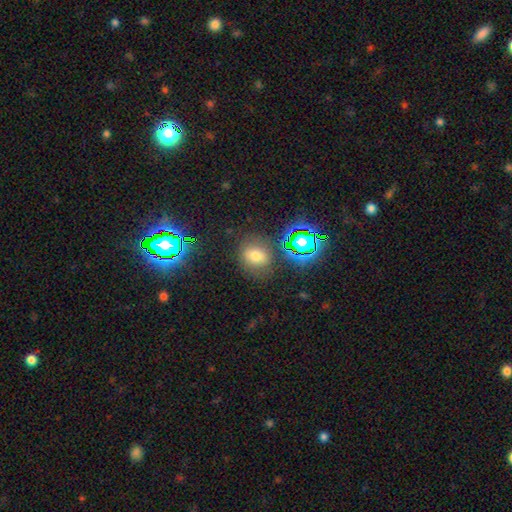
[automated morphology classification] This is likely a smooth galaxy (64%). How rounded: likely round (63%). Merging: likely none (77%).